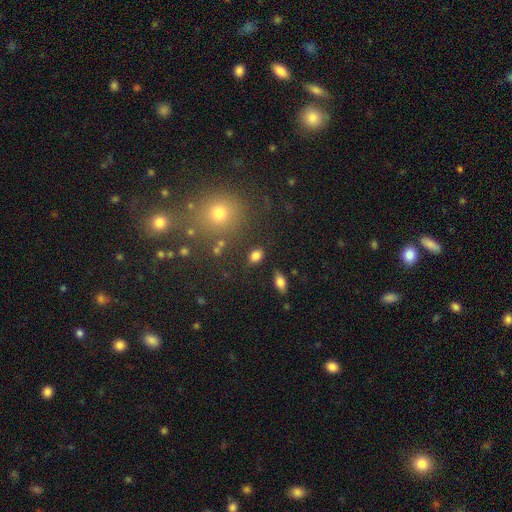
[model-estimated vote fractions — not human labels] Smooth or featured?
  - smooth: 81% *
  - star or artifact: 12%
  - featured or disk: 7%
How rounded?
  - in between: 77% *
  - round: 21%
  - cigar-shaped: 2%
Merging?
  - none: 80% *
  - minor disturbance: 12%
  - merger: 5%
  - major disturbance: 4%